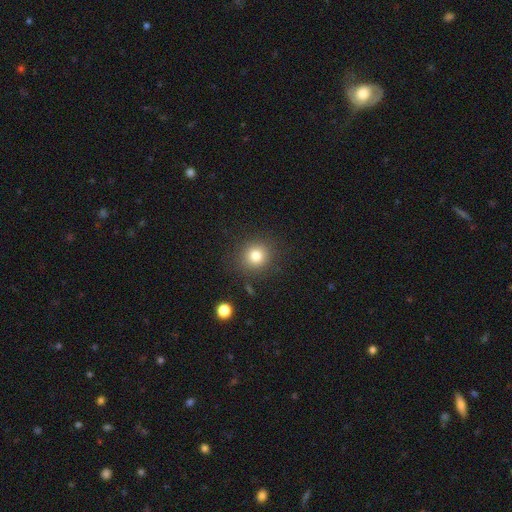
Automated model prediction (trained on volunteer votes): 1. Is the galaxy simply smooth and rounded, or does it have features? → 80% smooth, 12% star or artifact, 7% featured or disk.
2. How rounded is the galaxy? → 89% round, 10% in between, 1% cigar-shaped.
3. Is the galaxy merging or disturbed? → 86% none, 8% minor disturbance, 3% major disturbance, 2% merger.